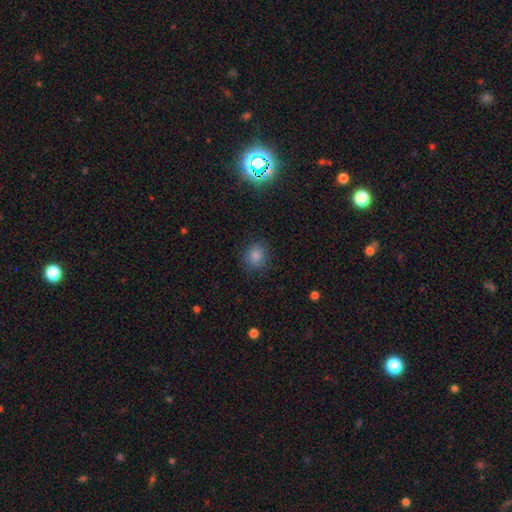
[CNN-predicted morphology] This appears to be a smooth galaxy with no disk features (83%) that is round (76%). Merging: none (85%).